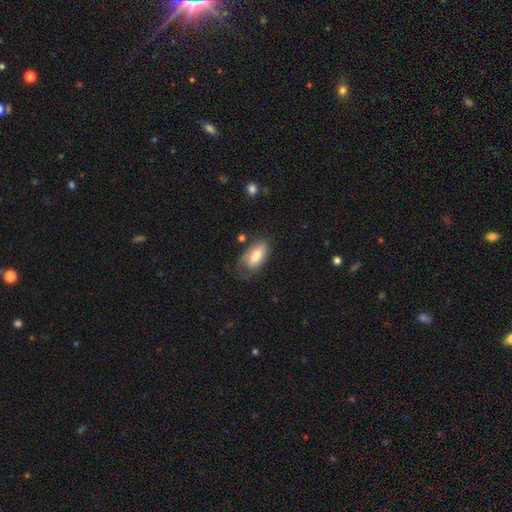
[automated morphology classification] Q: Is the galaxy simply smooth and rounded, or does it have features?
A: smooth — 72%.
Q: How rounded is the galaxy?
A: in between — 89%.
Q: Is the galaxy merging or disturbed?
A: none — 52%.